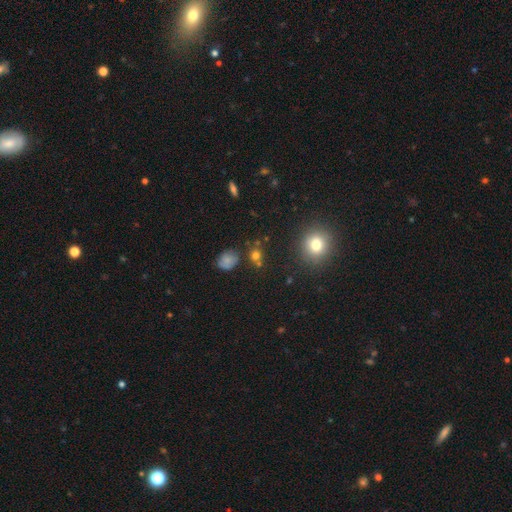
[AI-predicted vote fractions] smooth 70%, star or artifact 22%, featured or disk 8%. Down the decision tree: how rounded — round (78%); merging — none (71%).